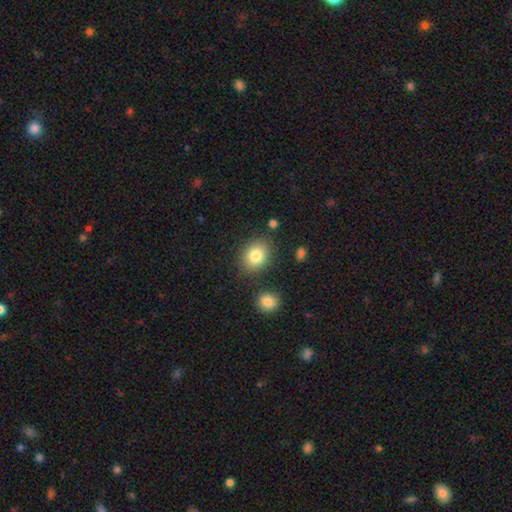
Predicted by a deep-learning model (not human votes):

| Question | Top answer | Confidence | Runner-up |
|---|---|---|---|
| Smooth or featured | smooth | 82% | star or artifact (9%) |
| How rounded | in between | 50% | round (49%) |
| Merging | none | 81% | minor disturbance (11%) |